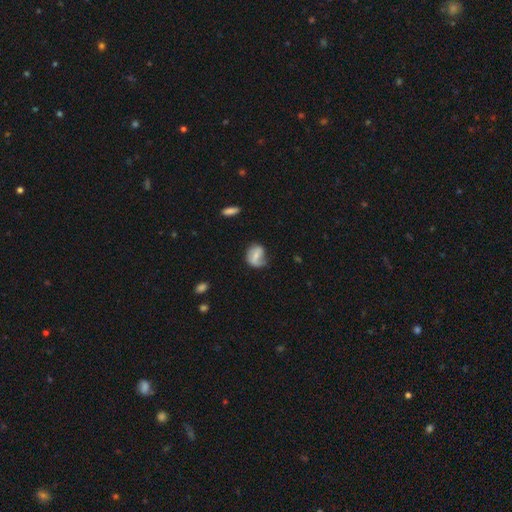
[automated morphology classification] This appears to be a smooth galaxy with no disk features (48%). Merging: none (51%).